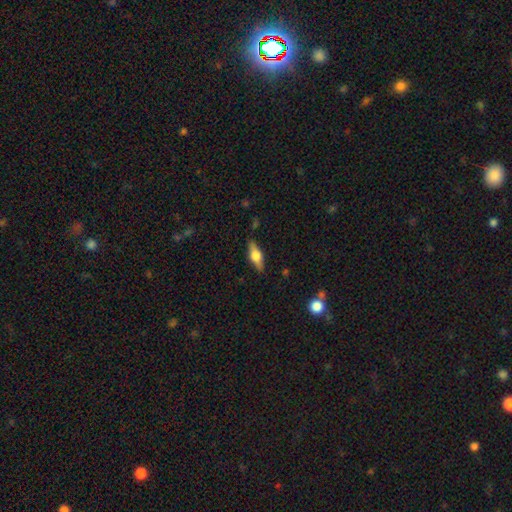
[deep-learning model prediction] smooth_or_featured: featured or disk (p=0.54) [alt: smooth p=0.39]
disk_edge_on: yes (p=0.94) [alt: no p=0.06]
edge_on_bulge: rounded (p=0.92) [alt: boxy p=0.07]
merging: none (p=0.86) [alt: minor disturbance p=0.11]